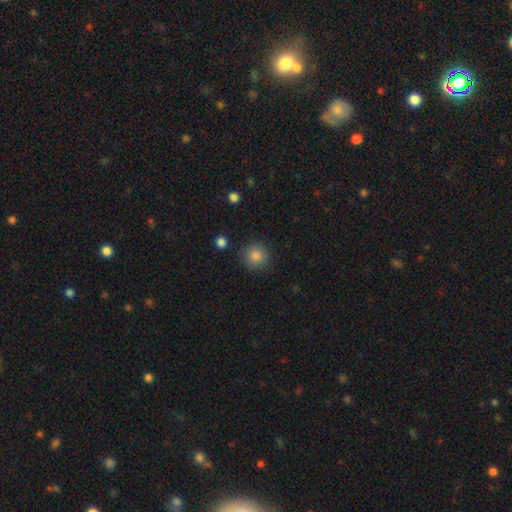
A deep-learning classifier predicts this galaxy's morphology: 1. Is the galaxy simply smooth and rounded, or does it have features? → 85% smooth, 10% star or artifact, 5% featured or disk.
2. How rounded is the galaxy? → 93% round, 6% in between, 1% cigar-shaped.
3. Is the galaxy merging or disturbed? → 88% none, 8% minor disturbance, 2% major disturbance, 2% merger.